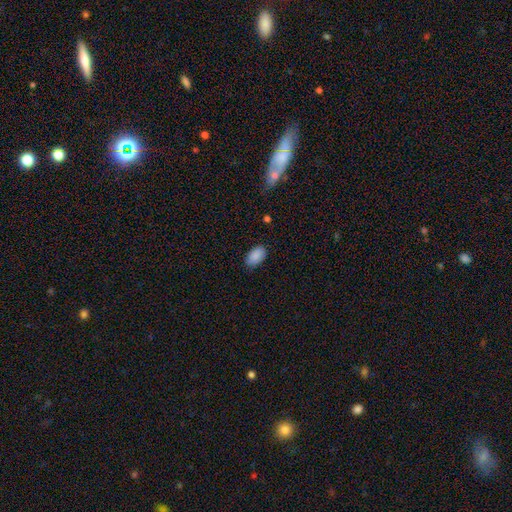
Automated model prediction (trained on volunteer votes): The model was most divided on "merging": none: 81%, minor disturbance: 15%, major disturbance: 3%, merger: 1%. More confident: how rounded — in between (94%); smooth or featured — smooth (89%).